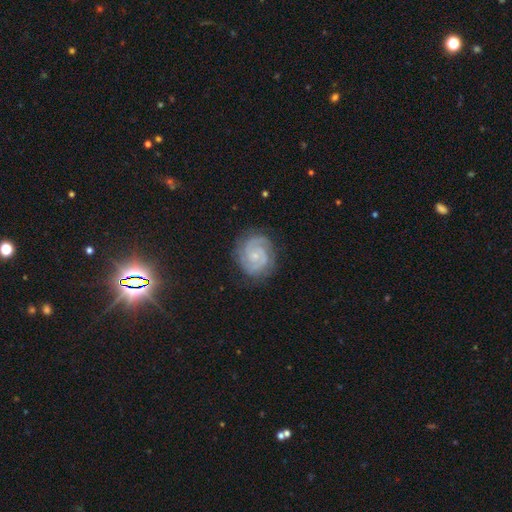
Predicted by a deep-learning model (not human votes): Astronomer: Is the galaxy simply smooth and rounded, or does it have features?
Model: featured or disk — 88%.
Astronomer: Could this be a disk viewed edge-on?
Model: no — 98%.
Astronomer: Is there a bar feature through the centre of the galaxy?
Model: no — 69%.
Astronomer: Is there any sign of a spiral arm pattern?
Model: yes — 98%.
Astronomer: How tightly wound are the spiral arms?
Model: tight — 72%.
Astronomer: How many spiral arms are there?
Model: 2 — 66%.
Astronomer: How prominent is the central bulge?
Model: small — 75%.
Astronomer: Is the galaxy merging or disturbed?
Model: none — 83%.